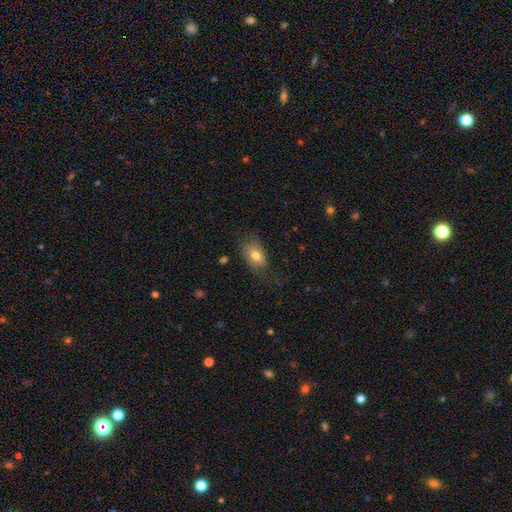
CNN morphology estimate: This appears to be a smooth galaxy with no disk features (72%) that is in between round and cigar-shaped (88%). Merging: none (56%).